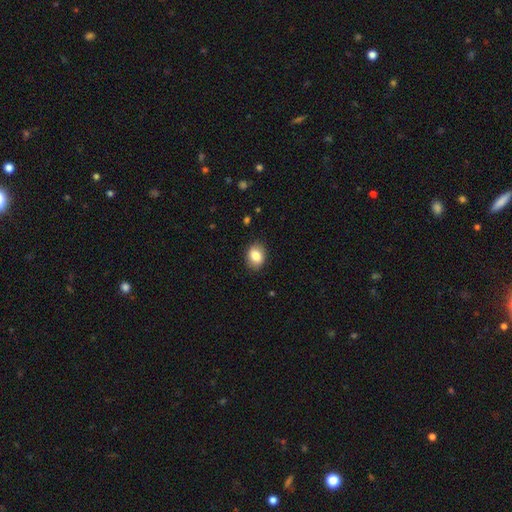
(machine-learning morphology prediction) smooth-or-featured: smooth: 83% | featured or disk: 9% | star or artifact: 8%
  how-rounded: in between: 66% | round: 33% | cigar-shaped: 1%
  merging: none: 86% | minor disturbance: 10% | major disturbance: 2% | merger: 1%